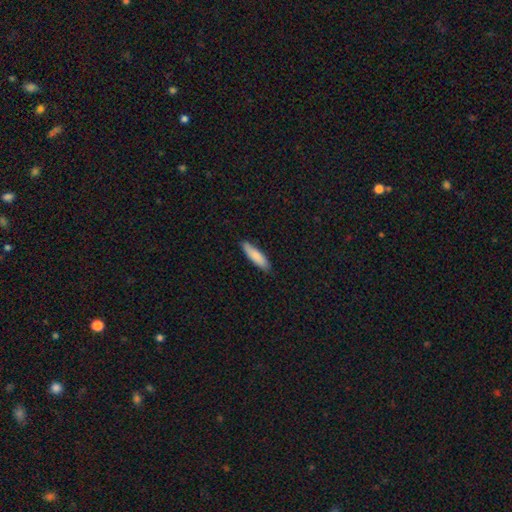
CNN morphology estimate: type=smooth (84%); roundness=cigar-shaped (69%); merging=none (87%).